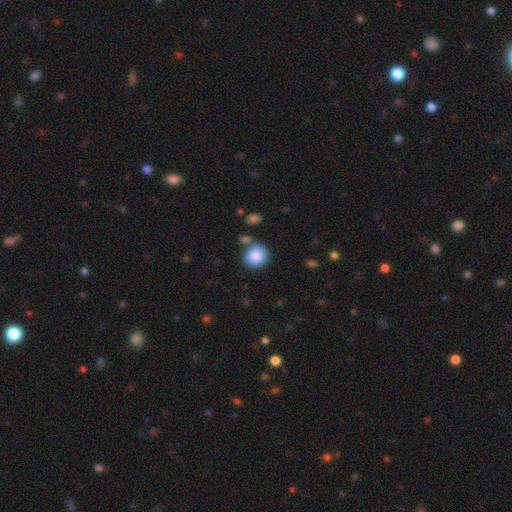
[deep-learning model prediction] Smooth or featured?
  - smooth: 87% *
  - star or artifact: 8%
  - featured or disk: 5%
How rounded?
  - round: 85% *
  - in between: 14%
  - cigar-shaped: 1%
Merging?
  - none: 71% *
  - merger: 13%
  - minor disturbance: 12%
  - major disturbance: 4%